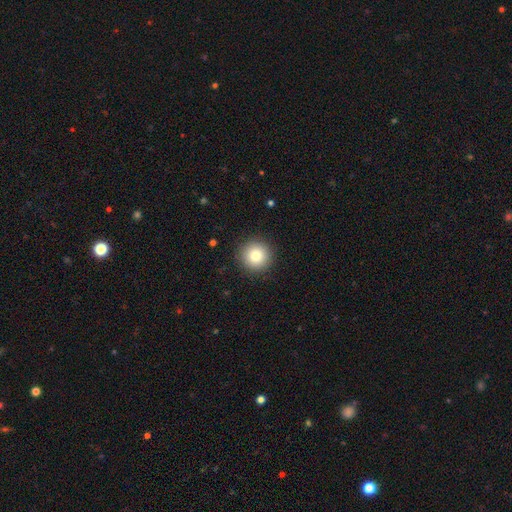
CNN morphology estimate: A smooth galaxy with no disk features (81%) that is round (96%). Merging: none (91%).